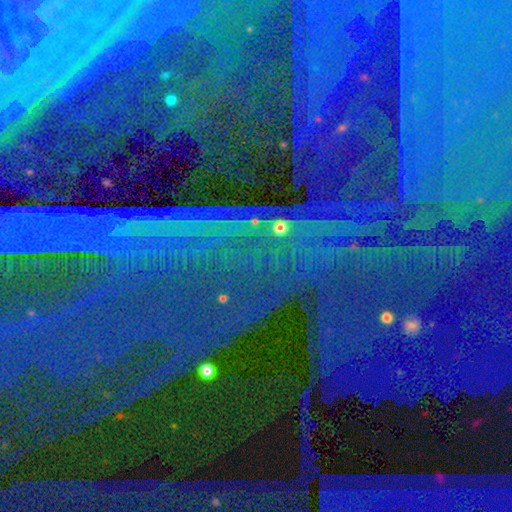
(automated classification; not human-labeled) Smooth or featured? star or artifact (89%)